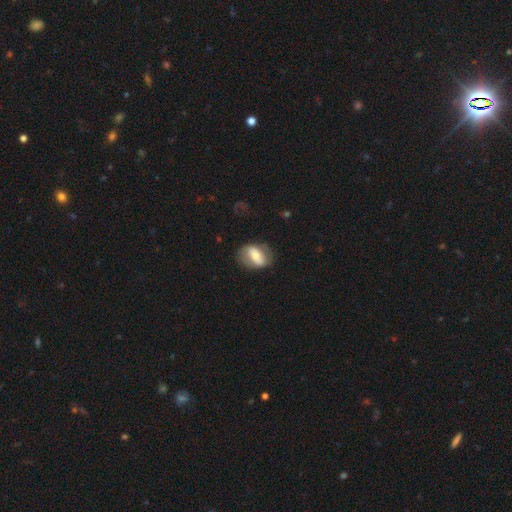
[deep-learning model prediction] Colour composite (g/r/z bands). It shows a featured or disk galaxy (47%). Merging: none (65%).